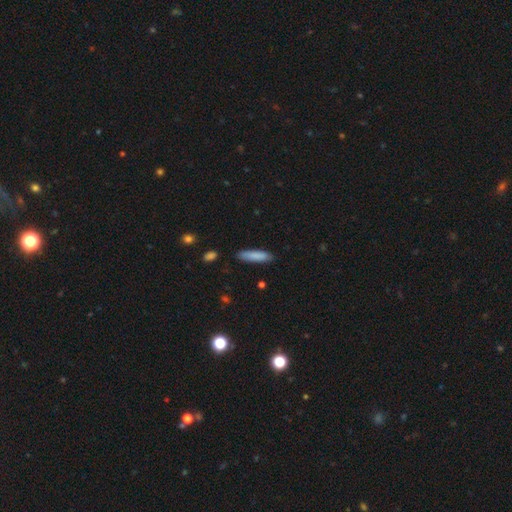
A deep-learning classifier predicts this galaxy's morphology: type=smooth (86%); roundness=cigar-shaped (73%); merging=none (85%).